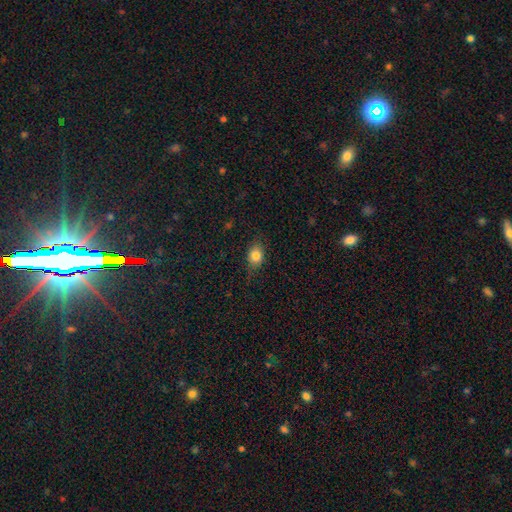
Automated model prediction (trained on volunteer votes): A smooth galaxy with no disk features (81%) that is in between round and cigar-shaped (56%). Merging: none (76%).